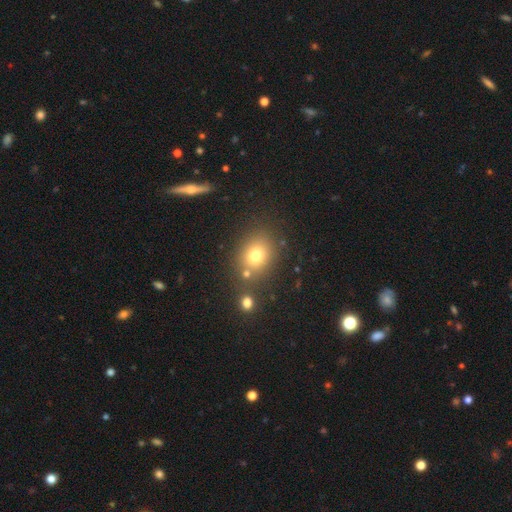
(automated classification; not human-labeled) Overall: smooth (75%). How rounded: round (57%; in between 42%). Merging: none (71%).